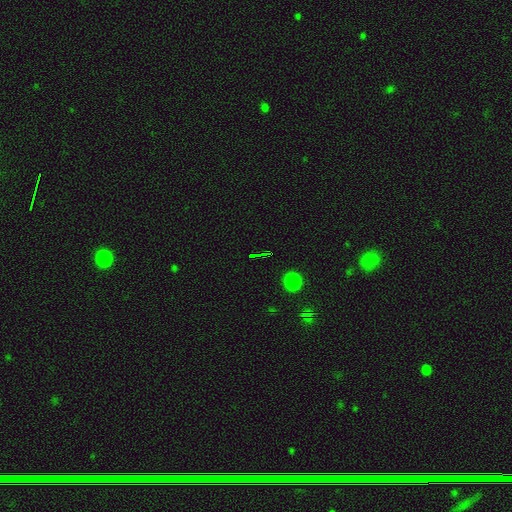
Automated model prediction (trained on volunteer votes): The model was most divided on "smooth or featured": star or artifact: 63%, smooth: 27%, featured or disk: 11%.